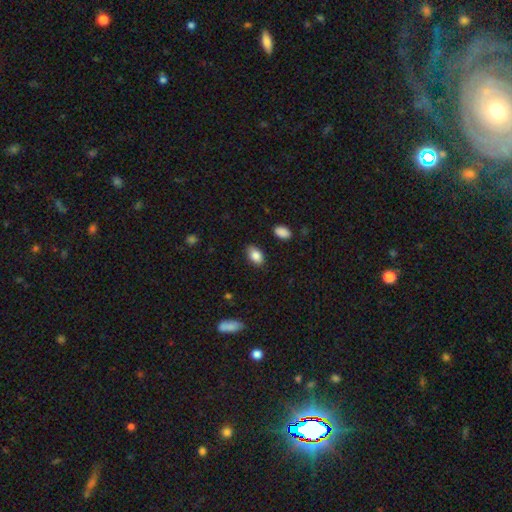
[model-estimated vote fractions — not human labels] The model was most divided on "merging": none: 82%, minor disturbance: 14%, major disturbance: 3%, merger: 2%. More confident: how rounded — in between (91%); smooth or featured — smooth (86%).